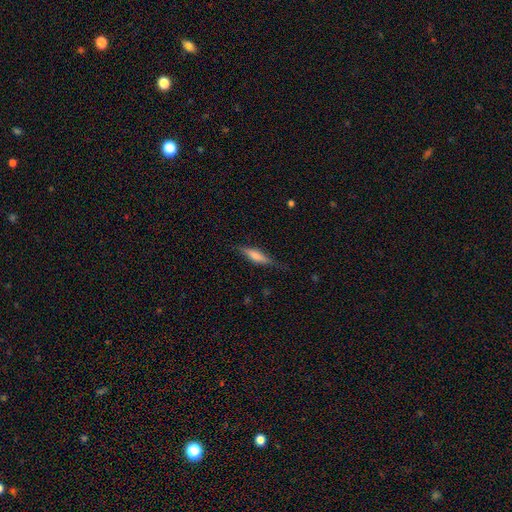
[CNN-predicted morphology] Overall: smooth (60%; featured or disk 34%). How rounded: cigar-shaped (70%). Merging: none (76%).